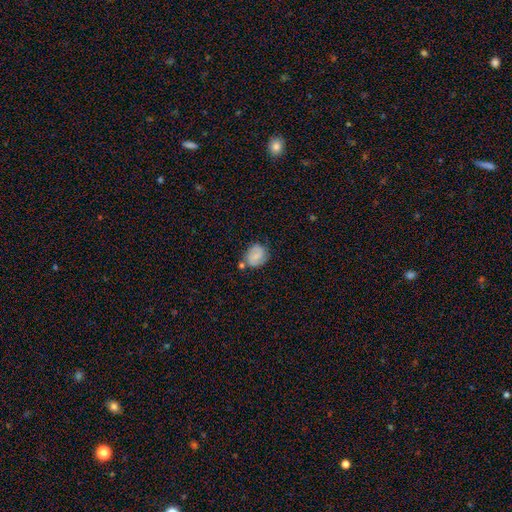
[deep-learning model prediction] smooth-or-featured: smooth: 61% | featured or disk: 31% | star or artifact: 9%
  how-rounded: round: 57% | in between: 42% | cigar-shaped: 1%
  merging: none: 62% | minor disturbance: 20% | merger: 12% | major disturbance: 6%